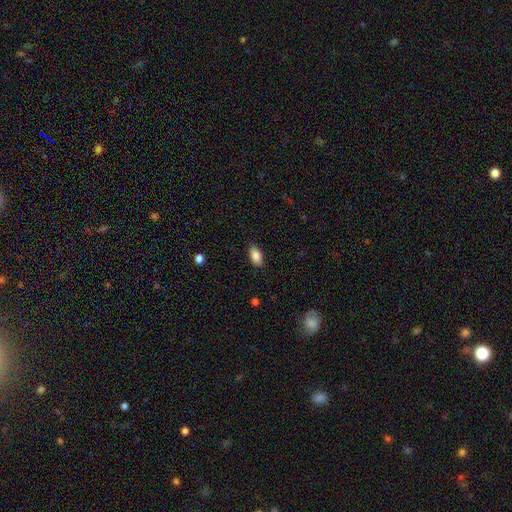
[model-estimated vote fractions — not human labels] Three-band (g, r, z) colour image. It shows a smooth galaxy with no disk features (87%) that is in between round and cigar-shaped (92%). Merging: none (88%).